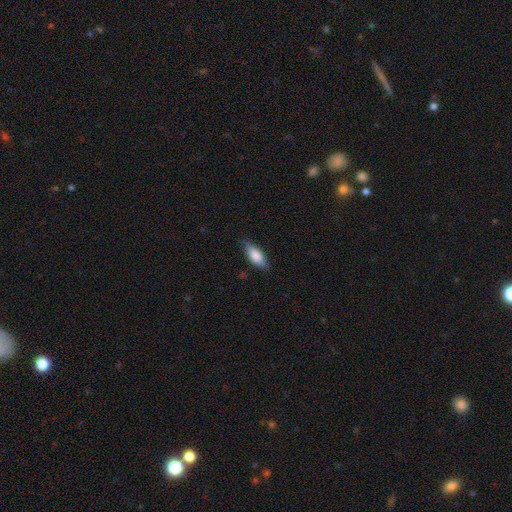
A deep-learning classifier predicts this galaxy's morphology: A smooth galaxy with no disk features (79%) that is in between round and cigar-shaped (72%).

Vote fractions:
- Smooth or featured? smooth: 79% / featured or disk: 16% / star or artifact: 6%
- How rounded? in between: 72% / cigar-shaped: 26% / round: 2%
- Merging? none: 82% / minor disturbance: 15% / major disturbance: 3% / merger: 1%